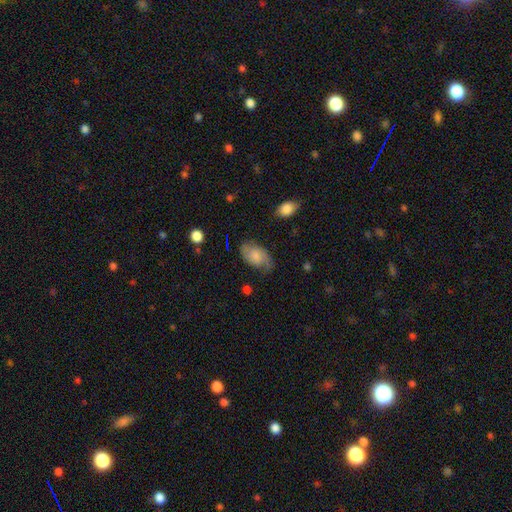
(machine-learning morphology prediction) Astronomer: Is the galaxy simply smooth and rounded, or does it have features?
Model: smooth — 55% (runner-up: featured or disk, 38%).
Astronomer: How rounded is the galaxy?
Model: in between — 92%.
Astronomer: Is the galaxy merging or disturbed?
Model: none — 66%.